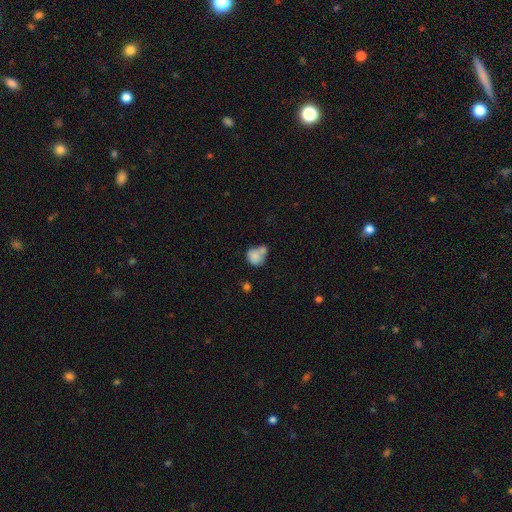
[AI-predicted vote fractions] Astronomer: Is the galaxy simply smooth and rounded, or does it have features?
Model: smooth — 80%.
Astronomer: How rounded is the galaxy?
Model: round — 70%.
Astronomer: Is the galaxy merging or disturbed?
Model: merger — 47% (runner-up: none, 32%).